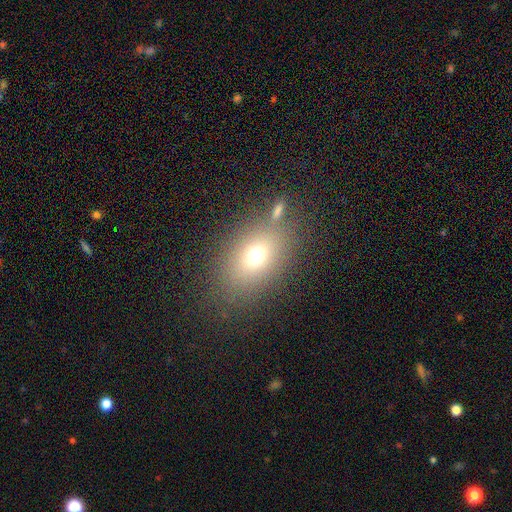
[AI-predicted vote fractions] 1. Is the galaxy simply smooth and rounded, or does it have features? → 69% smooth, 15% star or artifact, 15% featured or disk.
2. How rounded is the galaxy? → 73% in between, 25% round, 2% cigar-shaped.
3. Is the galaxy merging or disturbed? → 72% none, 12% minor disturbance, 10% merger, 6% major disturbance.